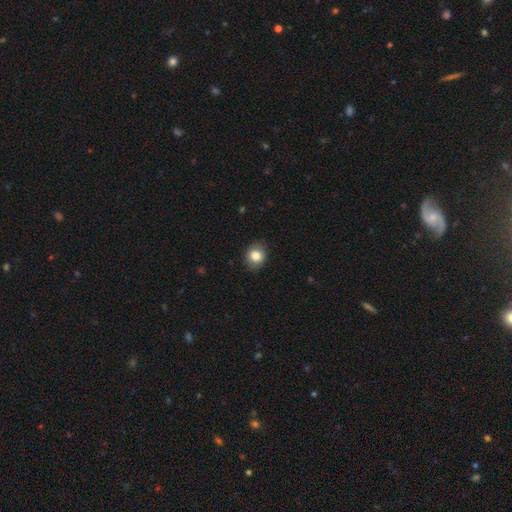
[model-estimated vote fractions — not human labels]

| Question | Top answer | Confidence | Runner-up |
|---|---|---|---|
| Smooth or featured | smooth | 83% | star or artifact (9%) |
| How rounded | round | 69% | in between (30%) |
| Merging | none | 88% | minor disturbance (9%) |